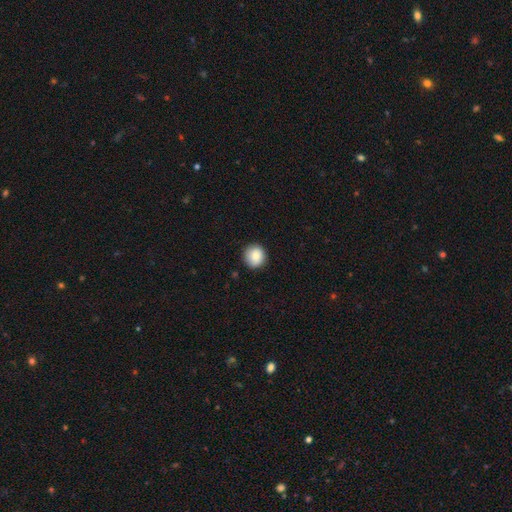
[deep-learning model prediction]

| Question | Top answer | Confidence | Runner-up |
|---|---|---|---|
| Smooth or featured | smooth | 83% | featured or disk (9%) |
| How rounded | round | 91% | in between (8%) |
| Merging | none | 87% | minor disturbance (10%) |